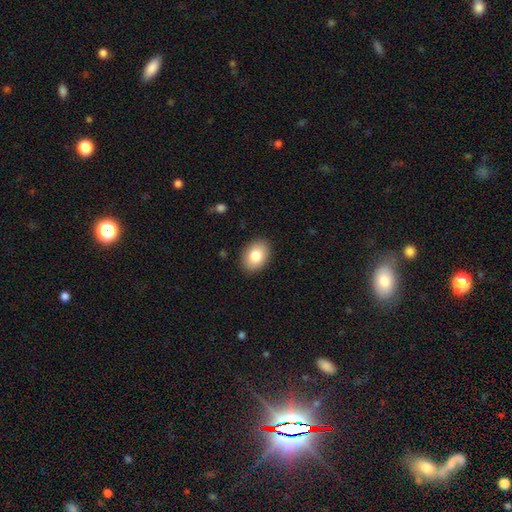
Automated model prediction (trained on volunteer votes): smooth 82%, featured or disk 10%, star or artifact 7%. Down the decision tree: how rounded — in between (75%); merging — none (89%).